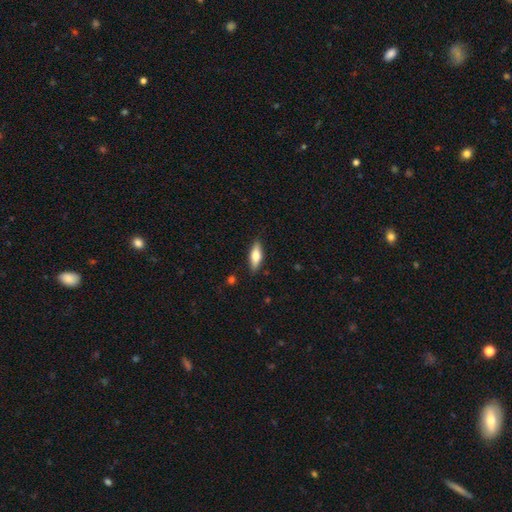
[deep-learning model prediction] A smooth galaxy with no disk features (68%) that is in between round and cigar-shaped (63%).

Vote fractions:
- Smooth or featured? smooth: 68% / featured or disk: 26% / star or artifact: 6%
- How rounded? in between: 63% / cigar-shaped: 35% / round: 3%
- Merging? none: 86% / minor disturbance: 11% / major disturbance: 2% / merger: 1%